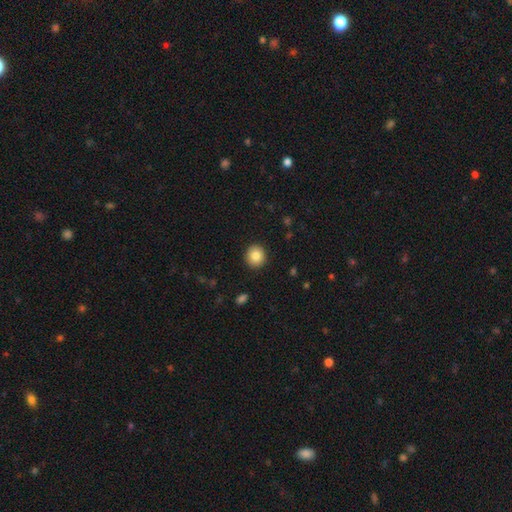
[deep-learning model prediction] Smooth or featured?
  - smooth: 85% *
  - star or artifact: 9%
  - featured or disk: 7%
How rounded?
  - round: 88% *
  - in between: 11%
  - cigar-shaped: 1%
Merging?
  - none: 91% *
  - minor disturbance: 6%
  - major disturbance: 2%
  - merger: 1%